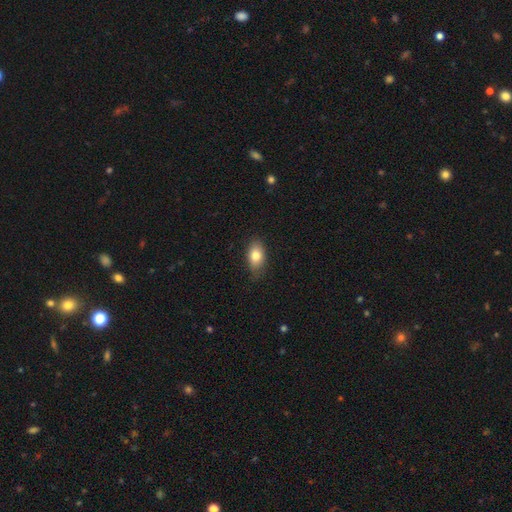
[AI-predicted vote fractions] Smooth or featured: smooth — 80% (featured or disk — 12%)
How rounded: in between — 87% (round — 10%)
Merging: none — 78% (minor disturbance — 18%)